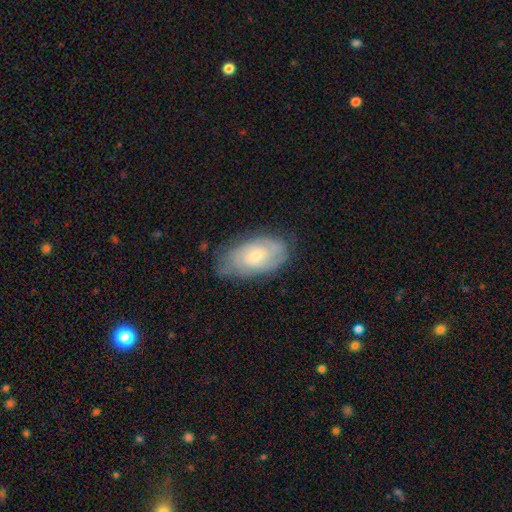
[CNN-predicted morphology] A featured or disk galaxy (73%) with no bar (74%), tight (73%) spiral arms (91%) and a small central bulge (61%).

Vote fractions:
- Smooth or featured? featured or disk: 73% / smooth: 21% / star or artifact: 6%
- Edge-on disk? no: 95% / yes: 5%
- Bar? no: 74% / weak: 22% / strong: 3%
- Spiral arms? yes: 91% / no: 9%
- Spiral winding? tight: 73% / medium: 22% / loose: 5%
- Spiral arm count? can't tell: 46% / 2: 29% / 3: 12% / 4: 6% / 1: 4% / more than 4: 4%
- Bulge size? small: 61% / moderate: 34% / none: 2% / large: 2% / dominant: 1%
- Merging? none: 72% / minor disturbance: 21% / major disturbance: 6% / merger: 1%